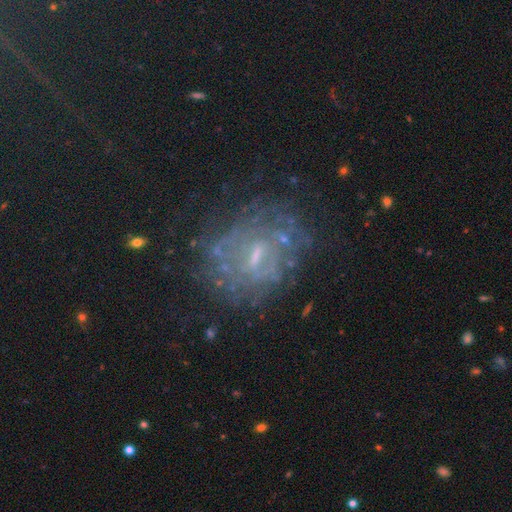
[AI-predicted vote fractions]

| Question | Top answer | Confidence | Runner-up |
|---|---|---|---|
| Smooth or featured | featured or disk | 63% | star or artifact (22%) |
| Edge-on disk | no | 96% | yes (4%) |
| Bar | weak | 51% | no (32%) |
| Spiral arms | yes | 57% | no (43%) |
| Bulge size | small | 52% | moderate (30%) |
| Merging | none | 67% | minor disturbance (17%) |